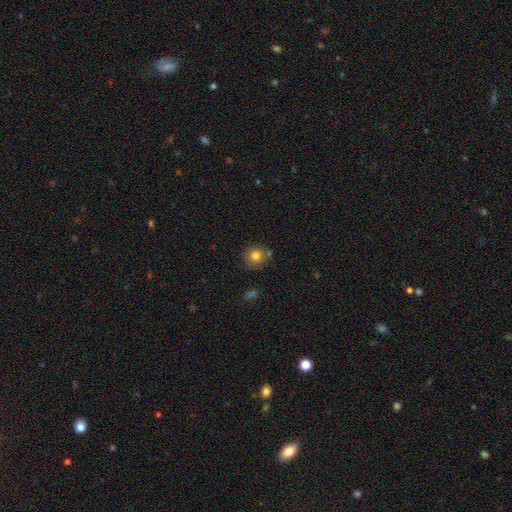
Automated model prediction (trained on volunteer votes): The model was most divided on "merging": none: 73%, minor disturbance: 14%, merger: 10%, major disturbance: 4%. More confident: how rounded — round (90%); smooth or featured — smooth (81%).